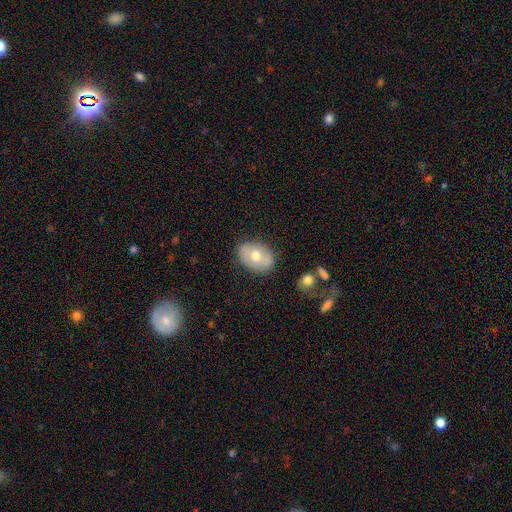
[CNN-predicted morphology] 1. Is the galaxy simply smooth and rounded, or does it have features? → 64% smooth, 29% featured or disk, 8% star or artifact.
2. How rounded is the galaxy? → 71% in between, 28% round, 1% cigar-shaped.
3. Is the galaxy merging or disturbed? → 80% none, 14% minor disturbance, 3% major disturbance, 2% merger.